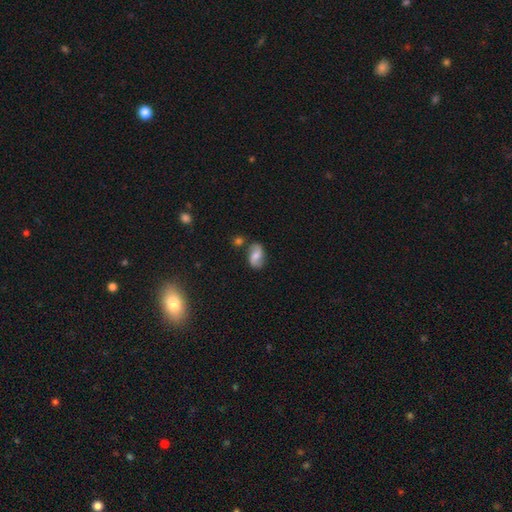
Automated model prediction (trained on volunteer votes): A featured or disk galaxy (46%). Merging: none (70%).